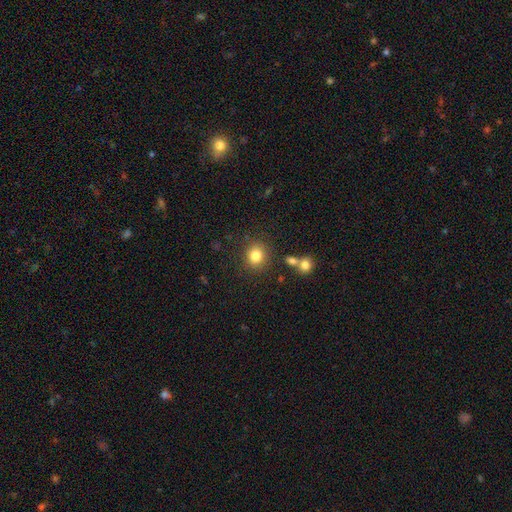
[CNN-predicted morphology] smooth_or_featured: smooth (p=0.82) [alt: star or artifact p=0.11]
how_rounded: round (p=0.81) [alt: in between p=0.18]
merging: none (p=0.84) [alt: minor disturbance p=0.08]